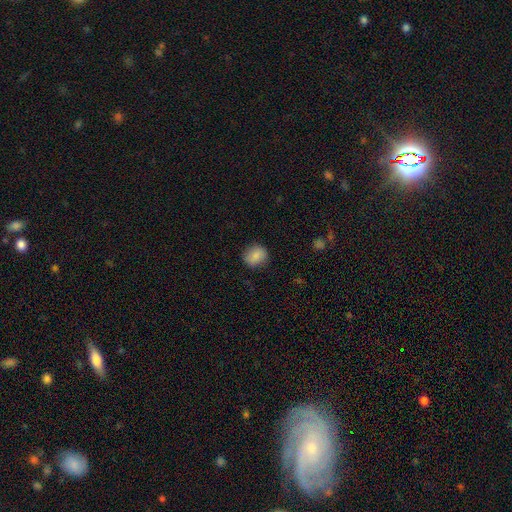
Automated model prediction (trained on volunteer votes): Q: Smooth or featured?
A: smooth (84%); runner-up: star or artifact (8%)
Q: How rounded?
A: round (77%); runner-up: in between (22%)
Q: Merging?
A: none (86%); runner-up: minor disturbance (11%)